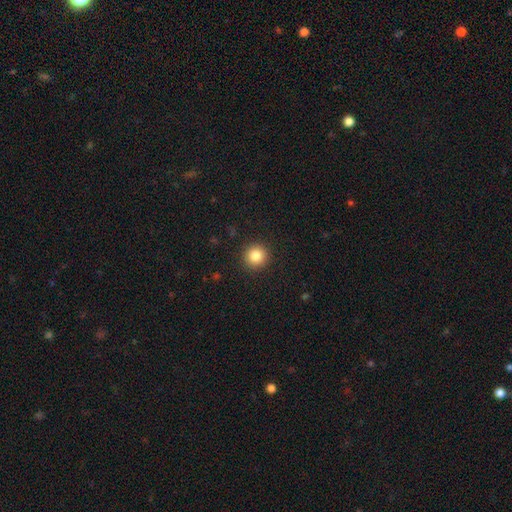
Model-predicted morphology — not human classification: type=smooth (84%); roundness=round (93%); merging=none (92%).